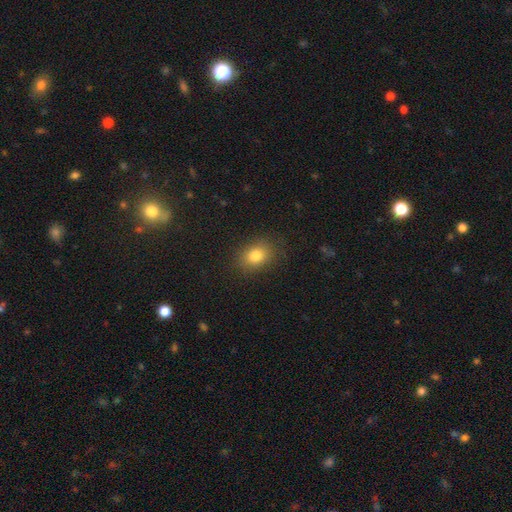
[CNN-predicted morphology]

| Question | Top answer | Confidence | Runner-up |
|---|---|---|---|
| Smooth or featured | smooth | 81% | star or artifact (11%) |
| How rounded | in between | 62% | round (36%) |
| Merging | none | 85% | minor disturbance (11%) |